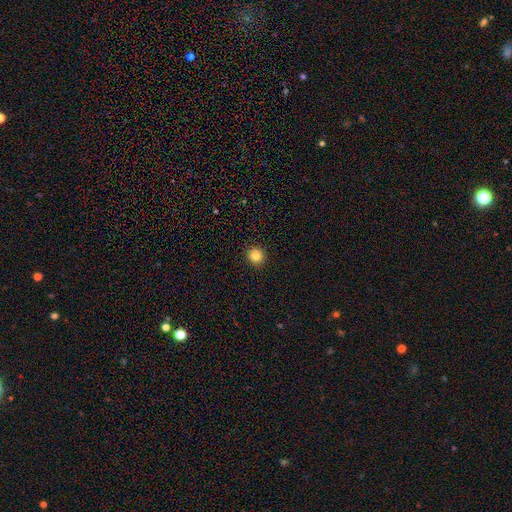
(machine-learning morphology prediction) Smooth or featured? smooth (84%)
How rounded? round (94%)
Merging? none (93%)